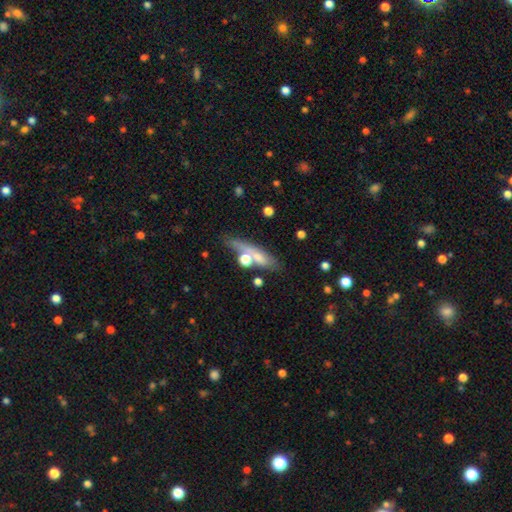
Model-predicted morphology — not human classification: A smooth galaxy with no disk features (56%) that is cigar-shaped (58%).

Vote fractions:
- Smooth or featured? smooth: 56% / featured or disk: 33% / star or artifact: 10%
- How rounded? cigar-shaped: 58% / in between: 31% / round: 11%
- Merging? none: 58% / minor disturbance: 17% / merger: 16% / major disturbance: 9%